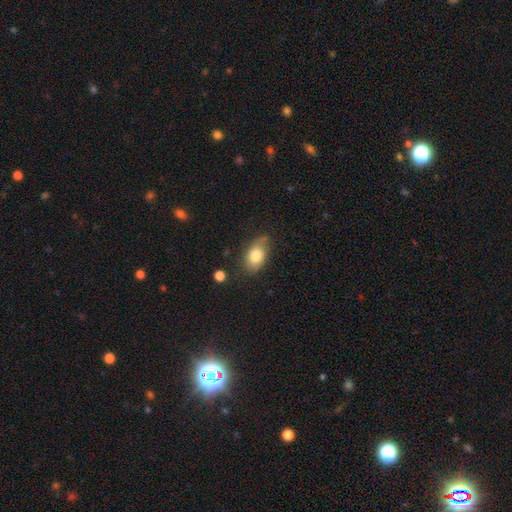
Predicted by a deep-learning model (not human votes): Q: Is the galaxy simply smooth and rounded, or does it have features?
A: smooth — 79%.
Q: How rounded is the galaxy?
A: in between — 87%.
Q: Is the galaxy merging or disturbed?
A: none — 67%.